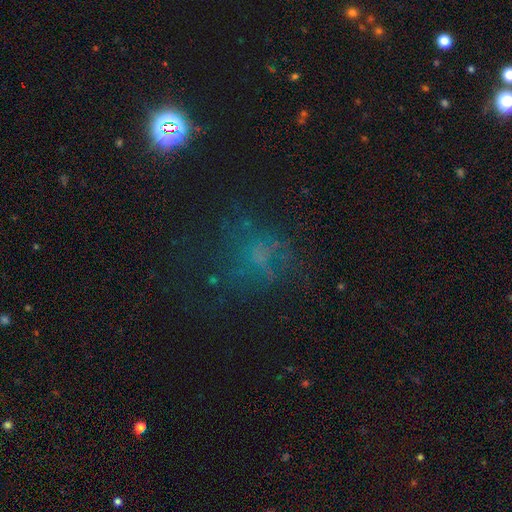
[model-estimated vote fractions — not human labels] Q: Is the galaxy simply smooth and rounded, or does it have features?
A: star or artifact — 37%.